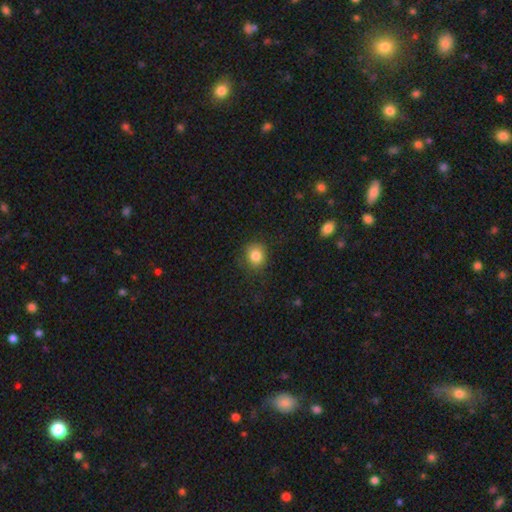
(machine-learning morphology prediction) The model was most divided on "how rounded": round: 80%, in between: 19%, cigar-shaped: 1%. More confident: smooth or featured — smooth (84%); merging — none (82%).